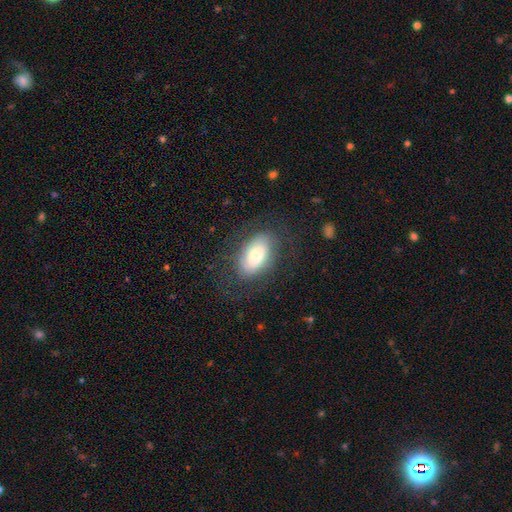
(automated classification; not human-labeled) Smooth or featured?
  - smooth: 61% *
  - featured or disk: 31%
  - star or artifact: 8%
How rounded?
  - in between: 92% *
  - round: 6%
  - cigar-shaped: 2%
Merging?
  - none: 69% *
  - minor disturbance: 17%
  - major disturbance: 13%
  - merger: 1%